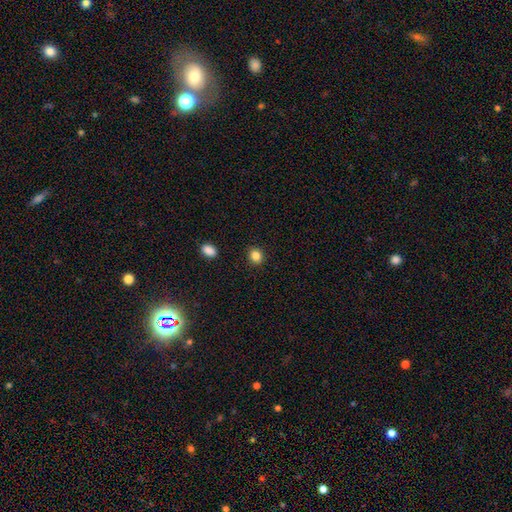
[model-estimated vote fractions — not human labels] Smooth or featured? smooth (85%)
How rounded? round (75%)
Merging? none (90%)